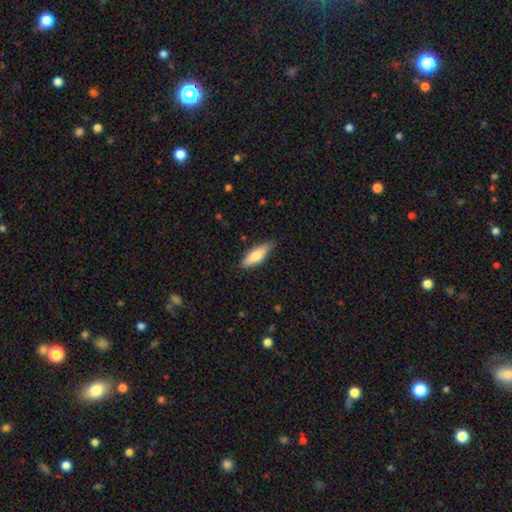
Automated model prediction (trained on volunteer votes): smooth 74%, featured or disk 21%, star or artifact 6%. Down the decision tree: how rounded — in between (56%); merging — none (81%).